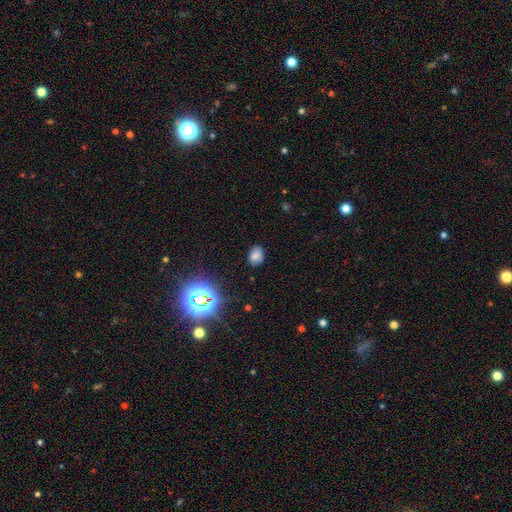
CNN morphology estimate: smooth_or_featured: smooth (p=0.74) [alt: star or artifact p=0.19]
how_rounded: in between (p=0.68) [alt: round p=0.31]
merging: none (p=0.83) [alt: minor disturbance p=0.13]